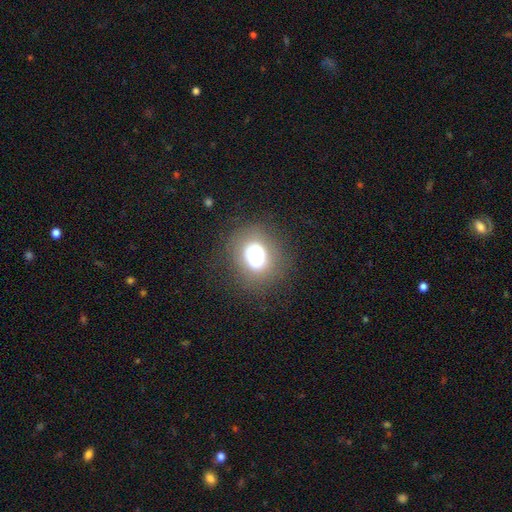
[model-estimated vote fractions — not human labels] The model was most divided on "how rounded": round: 64%, in between: 35%, cigar-shaped: 1%. More confident: merging — none (79%); smooth or featured — smooth (59%).